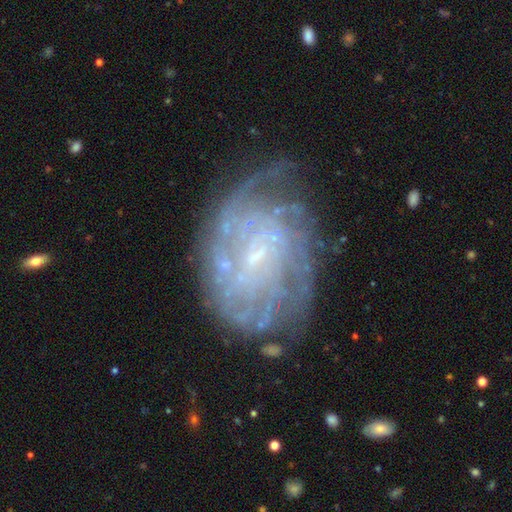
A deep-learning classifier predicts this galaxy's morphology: A featured or disk galaxy (82%) with no bar (47%), tight (70%) spiral arms (91%) and a small central bulge (76%). Merging: none (67%).